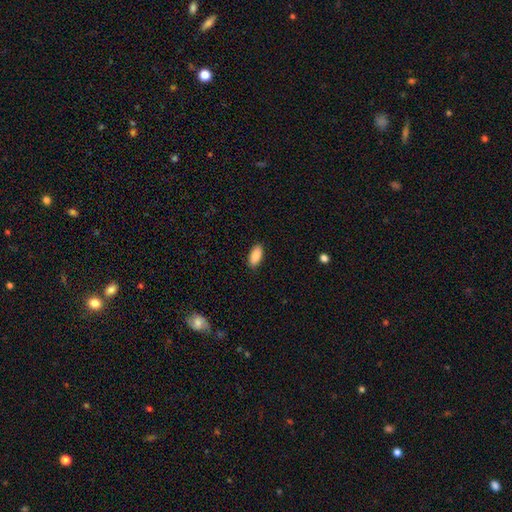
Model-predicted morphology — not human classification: Smooth or featured?
  - smooth: 87% *
  - featured or disk: 6%
  - star or artifact: 6%
How rounded?
  - in between: 88% *
  - cigar-shaped: 10%
  - round: 2%
Merging?
  - none: 89% *
  - minor disturbance: 8%
  - major disturbance: 2%
  - merger: 1%